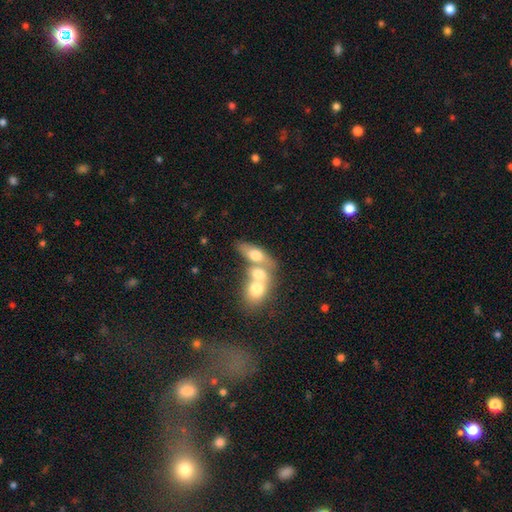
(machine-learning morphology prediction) A smooth galaxy with no disk features (64%) that is in between round and cigar-shaped (73%). Merging: merger (70%).